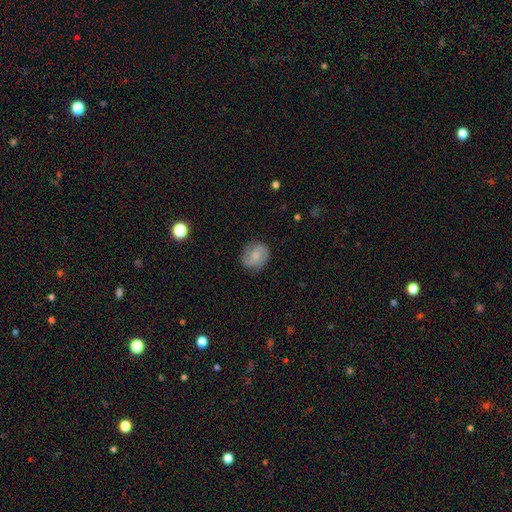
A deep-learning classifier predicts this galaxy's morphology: Smooth or featured? Predicted: featured or disk (p=0.58). Edge-on disk? Predicted: no (p=0.98). Bar? Predicted: no (p=0.48). Spiral arms? Predicted: yes (p=0.92). Spiral winding? Predicted: medium (p=0.48). Spiral arm count? Predicted: 2 (p=0.81). Bulge size? Predicted: small (p=0.36). Merging? Predicted: none (p=0.77).